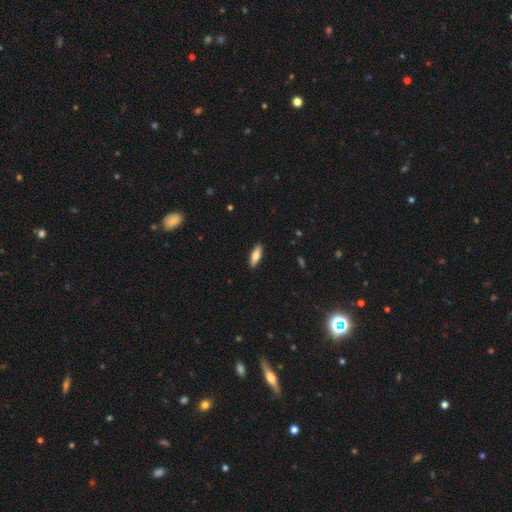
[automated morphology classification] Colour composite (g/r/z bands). It shows a smooth galaxy with no disk features (72%) that is in between round and cigar-shaped (57%). Merging: none (90%).